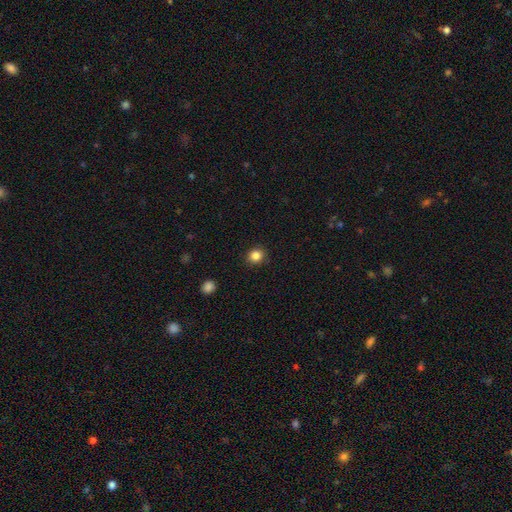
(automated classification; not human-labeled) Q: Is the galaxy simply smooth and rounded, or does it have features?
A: smooth — 84%.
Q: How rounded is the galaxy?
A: round — 85%.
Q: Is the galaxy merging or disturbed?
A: none — 90%.